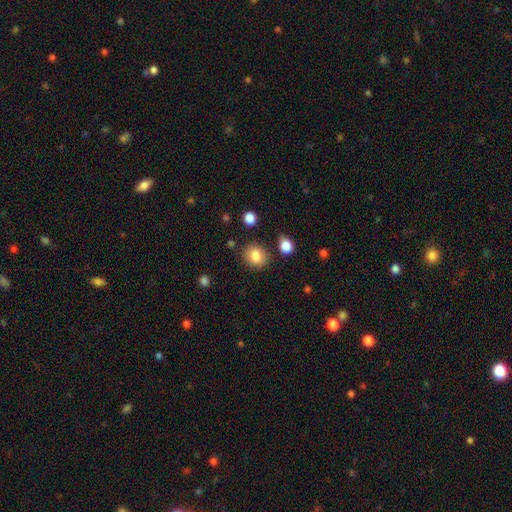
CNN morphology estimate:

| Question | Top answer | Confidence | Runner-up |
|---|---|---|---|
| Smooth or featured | smooth | 83% | star or artifact (10%) |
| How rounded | round | 77% | in between (22%) |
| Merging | none | 84% | minor disturbance (10%) |